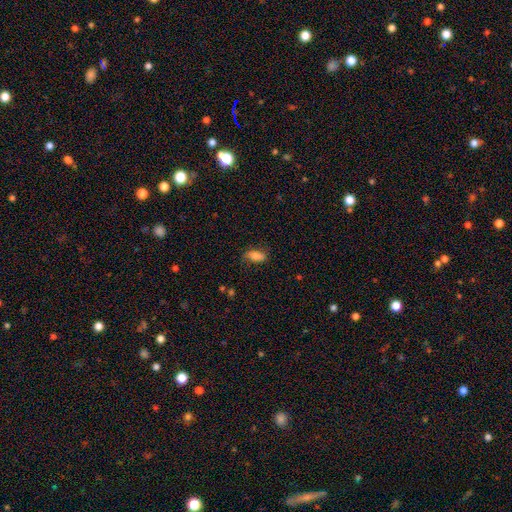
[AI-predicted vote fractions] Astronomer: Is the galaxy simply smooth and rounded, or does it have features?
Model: smooth — 75%.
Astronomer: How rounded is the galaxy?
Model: in between — 85%.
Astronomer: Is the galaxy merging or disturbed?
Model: none — 74%.